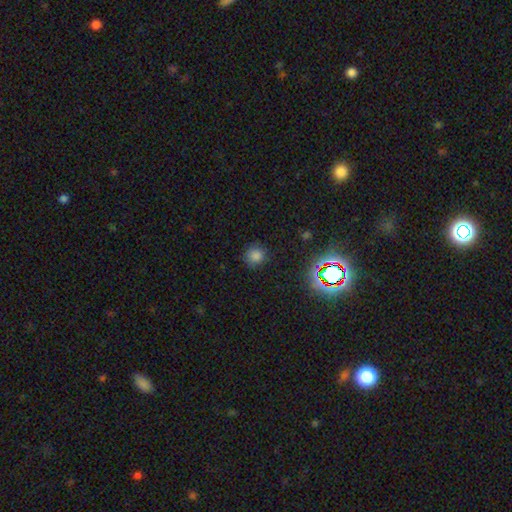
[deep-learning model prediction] smooth_or_featured: smooth (p=0.77) [alt: star or artifact p=0.18]
how_rounded: round (p=0.91) [alt: in between p=0.08]
merging: none (p=0.84) [alt: minor disturbance p=0.11]